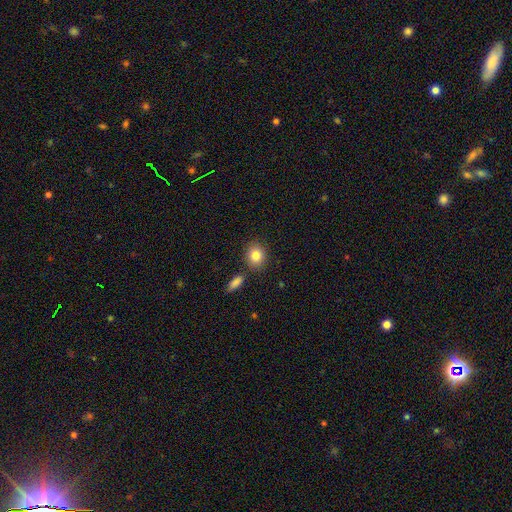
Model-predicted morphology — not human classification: A smooth galaxy with no disk features (83%) that is round (63%).

Vote fractions:
- Smooth or featured? smooth: 83% / star or artifact: 9% / featured or disk: 8%
- How rounded? round: 63% / in between: 36% / cigar-shaped: 1%
- Merging? none: 82% / minor disturbance: 9% / merger: 6% / major disturbance: 2%